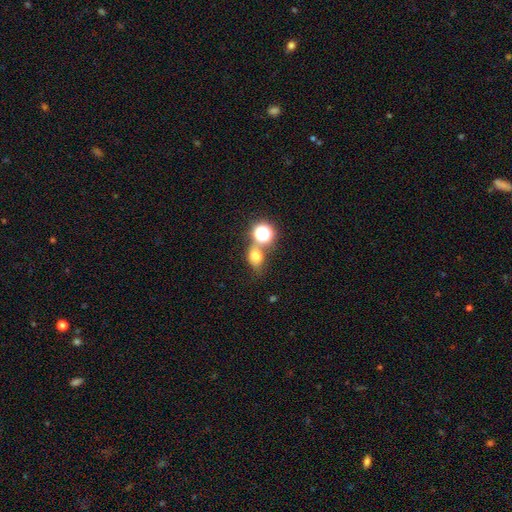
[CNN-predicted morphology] Overall: smooth (70%). How rounded: in between (49%, tied with round). Merging: none (51%; merger 28%).